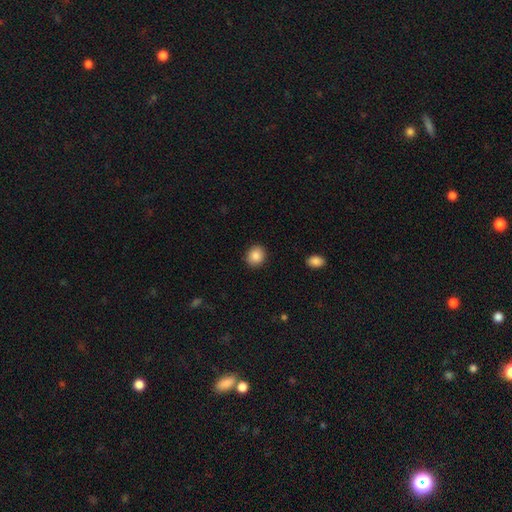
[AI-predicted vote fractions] A smooth galaxy with no disk features (88%) that is round (69%).

Vote fractions:
- Smooth or featured? smooth: 88% / star or artifact: 8% / featured or disk: 4%
- How rounded? round: 69% / in between: 30% / cigar-shaped: 1%
- Merging? none: 90% / minor disturbance: 7% / major disturbance: 2% / merger: 1%